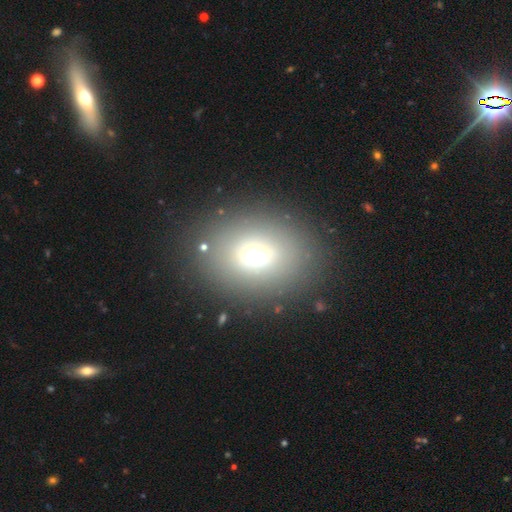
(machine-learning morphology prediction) A smooth galaxy with no disk features (60%) that is in between round and cigar-shaped (56%).

Vote fractions:
- Smooth or featured? smooth: 60% / featured or disk: 22% / star or artifact: 17%
- How rounded? in between: 56% / round: 43% / cigar-shaped: 1%
- Merging? none: 79% / minor disturbance: 11% / major disturbance: 6% / merger: 4%